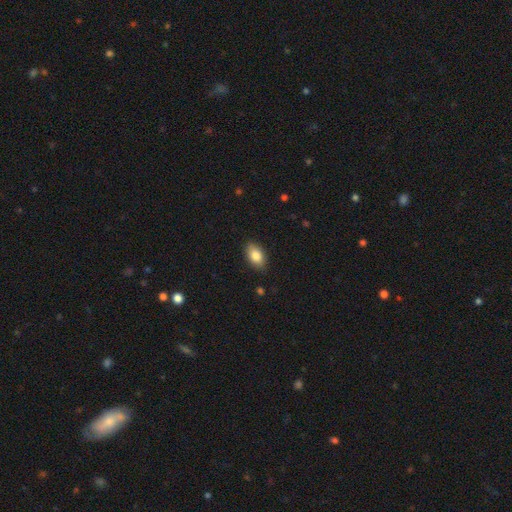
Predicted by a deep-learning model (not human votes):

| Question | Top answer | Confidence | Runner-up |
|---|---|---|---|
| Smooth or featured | smooth | 84% | featured or disk (9%) |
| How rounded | in between | 91% | round (7%) |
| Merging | none | 87% | minor disturbance (10%) |